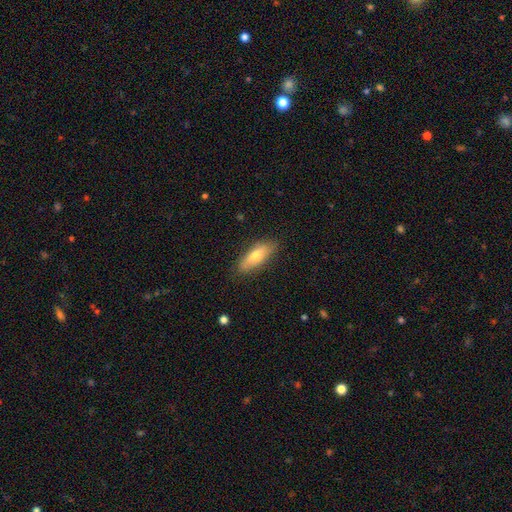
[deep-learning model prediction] This is likely a smooth galaxy (64%). How rounded: possibly in between (59%). Merging: clearly none (83%).